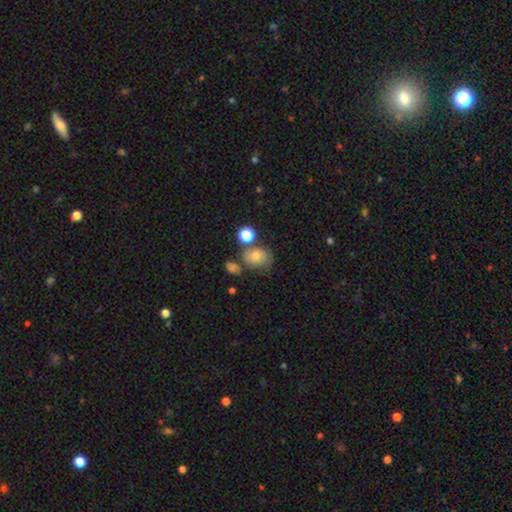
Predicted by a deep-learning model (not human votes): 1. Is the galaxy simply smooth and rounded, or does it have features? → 70% smooth, 17% featured or disk, 13% star or artifact.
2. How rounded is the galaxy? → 53% round, 46% in between, 1% cigar-shaped.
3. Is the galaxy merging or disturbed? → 50% none, 22% minor disturbance, 19% merger, 10% major disturbance.